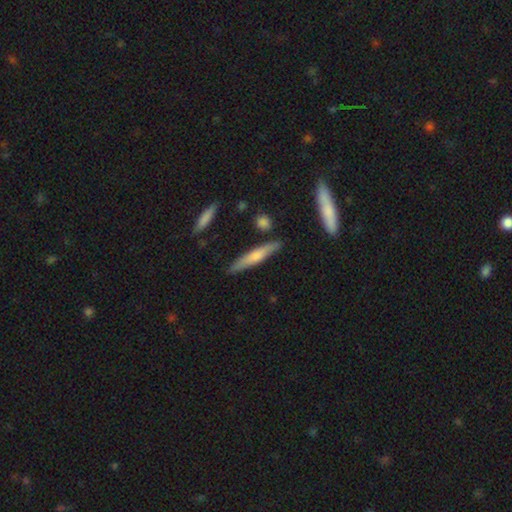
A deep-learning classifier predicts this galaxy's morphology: smooth-or-featured: smooth: 53% | featured or disk: 41% | star or artifact: 6%
  how-rounded: cigar-shaped: 90% | in between: 9% | round: 2%
  merging: none: 85% | minor disturbance: 10% | merger: 3% | major disturbance: 2%